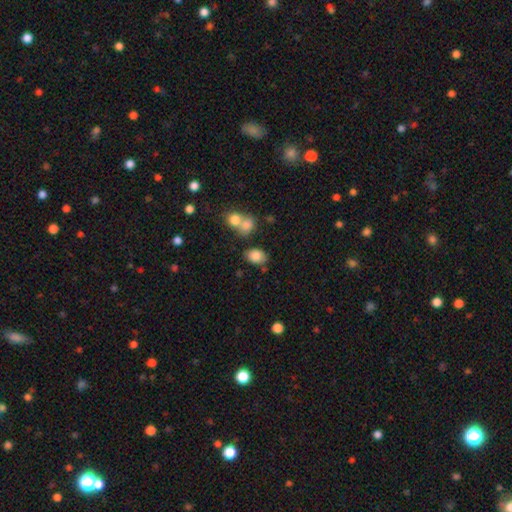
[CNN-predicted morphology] A smooth galaxy with no disk features (84%) that is in between round and cigar-shaped (76%). Merging: none (67%).